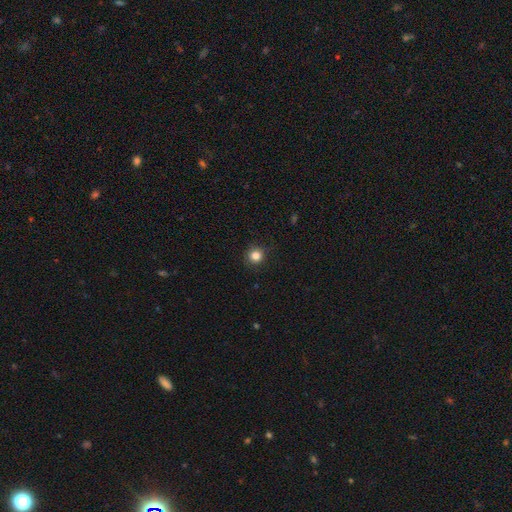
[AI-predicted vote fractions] A smooth galaxy with no disk features (83%) that is round (94%).

Vote fractions:
- Smooth or featured? smooth: 83% / star or artifact: 12% / featured or disk: 5%
- How rounded? round: 94% / in between: 5% / cigar-shaped: 1%
- Merging? none: 90% / minor disturbance: 7% / major disturbance: 2% / merger: 1%